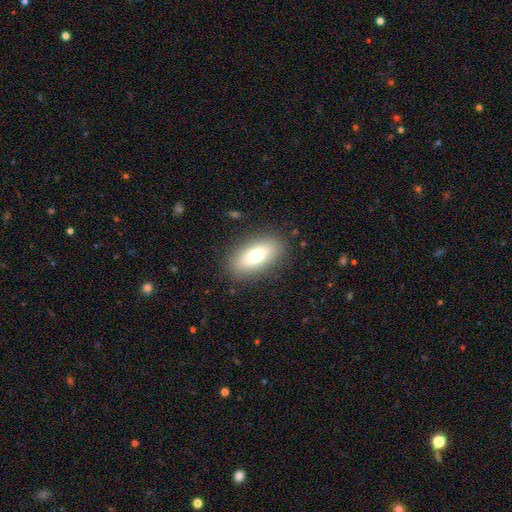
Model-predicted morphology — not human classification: Smooth or featured? smooth (75%)
How rounded? in between (84%)
Merging? none (86%)